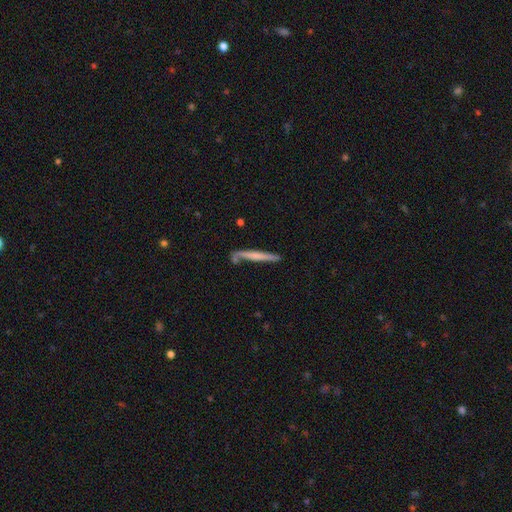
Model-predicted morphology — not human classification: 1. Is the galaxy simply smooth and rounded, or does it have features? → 53% smooth, 41% featured or disk, 6% star or artifact.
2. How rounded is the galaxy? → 96% cigar-shaped, 3% in between, 1% round.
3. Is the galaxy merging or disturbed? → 69% none, 16% minor disturbance, 9% merger, 5% major disturbance.